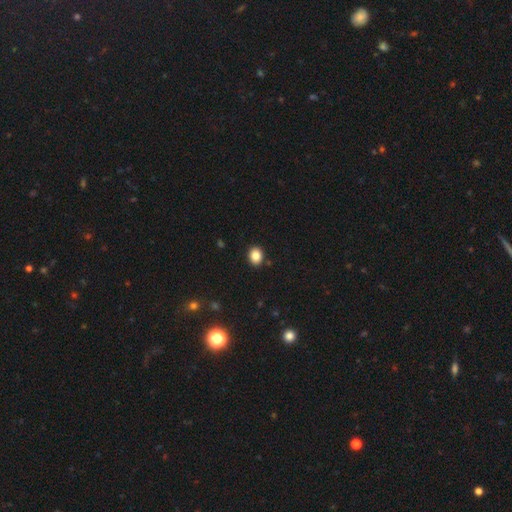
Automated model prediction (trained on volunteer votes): smooth-or-featured: smooth: 85% | star or artifact: 10% | featured or disk: 5%
  how-rounded: round: 53% | in between: 47% | cigar-shaped: 1%
  merging: none: 90% | minor disturbance: 7% | major disturbance: 2% | merger: 2%